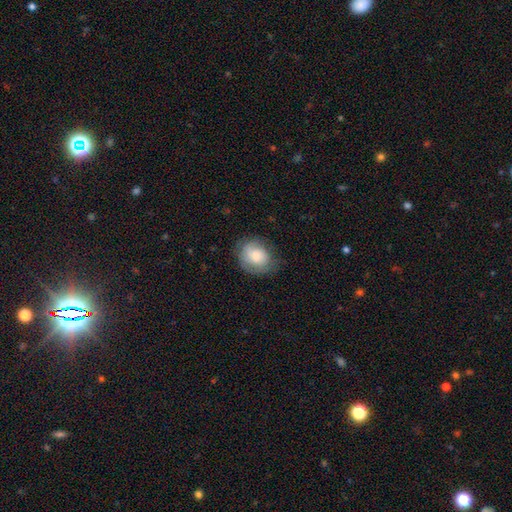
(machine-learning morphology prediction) This is likely a smooth galaxy (71%). How rounded: likely round (63%). Merging: likely none (69%).